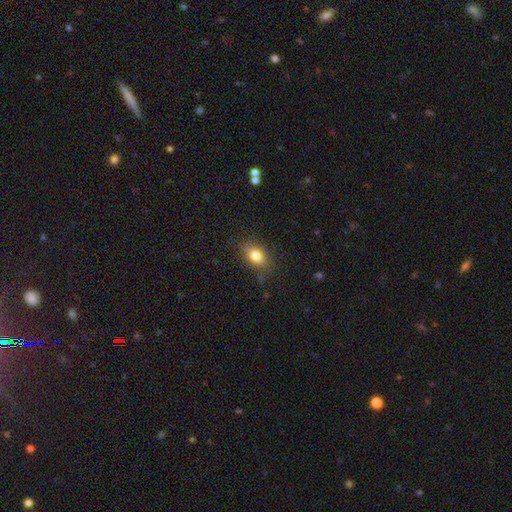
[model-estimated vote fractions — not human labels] Smooth or featured? smooth (81%)
How rounded? in between (79%)
Merging? none (78%)